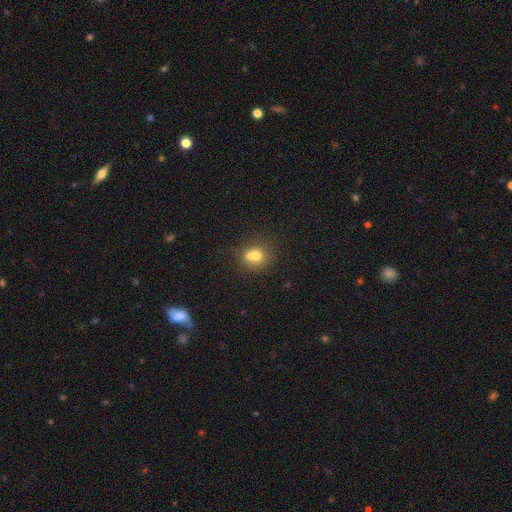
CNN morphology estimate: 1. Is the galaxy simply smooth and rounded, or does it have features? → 67% smooth, 20% featured or disk, 14% star or artifact.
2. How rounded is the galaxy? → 82% round, 17% in between, 1% cigar-shaped.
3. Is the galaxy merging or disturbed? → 54% merger, 37% none, 7% minor disturbance, 3% major disturbance.